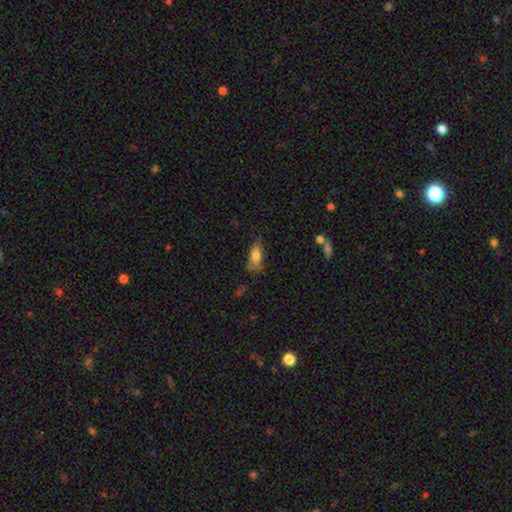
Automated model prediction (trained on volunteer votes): Smooth or featured: smooth — 80% (featured or disk — 12%)
How rounded: in between — 82% (cigar-shaped — 14%)
Merging: none — 55% (minor disturbance — 30%)